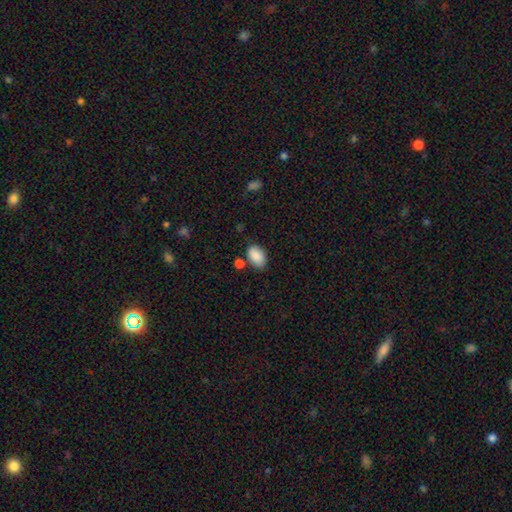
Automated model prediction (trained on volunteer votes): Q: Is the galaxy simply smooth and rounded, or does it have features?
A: smooth — 88%.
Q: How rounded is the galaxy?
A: in between — 91%.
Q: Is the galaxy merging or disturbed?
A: none — 73%.